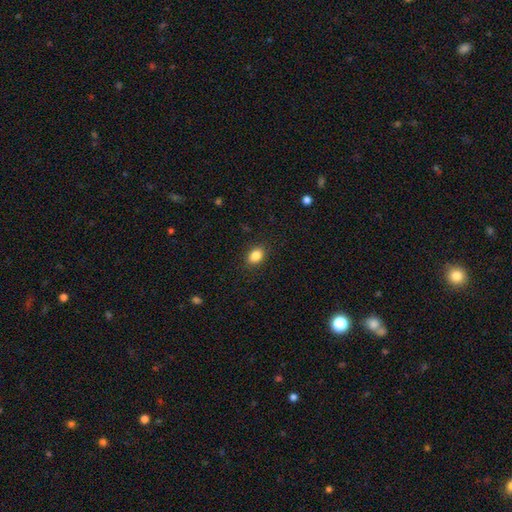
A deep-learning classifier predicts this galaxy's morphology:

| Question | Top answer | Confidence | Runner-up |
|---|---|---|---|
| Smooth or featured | smooth | 86% | star or artifact (9%) |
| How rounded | in between | 74% | round (25%) |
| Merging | none | 89% | minor disturbance (8%) |